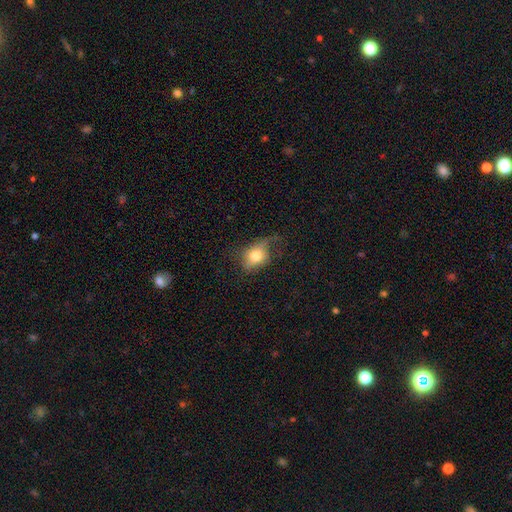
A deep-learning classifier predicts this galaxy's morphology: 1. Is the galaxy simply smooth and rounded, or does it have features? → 70% smooth, 22% featured or disk, 9% star or artifact.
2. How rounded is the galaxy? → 69% in between, 28% round, 3% cigar-shaped.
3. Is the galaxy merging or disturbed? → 41% none, 30% minor disturbance, 26% major disturbance, 2% merger.